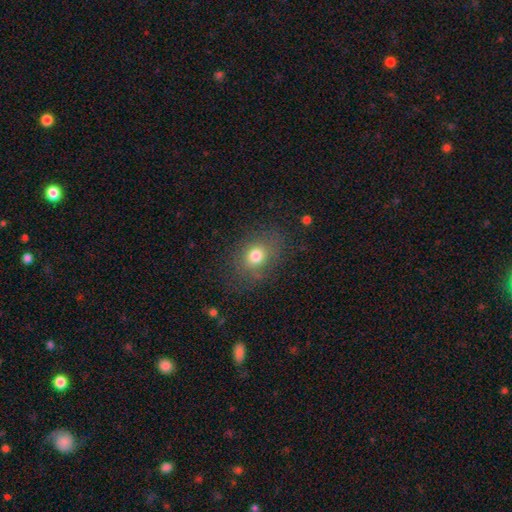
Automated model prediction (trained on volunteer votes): Smooth or featured? Predicted: smooth (p=0.75). How rounded? Predicted: in between (p=0.49, tied with round). Merging? Predicted: none (p=0.77).